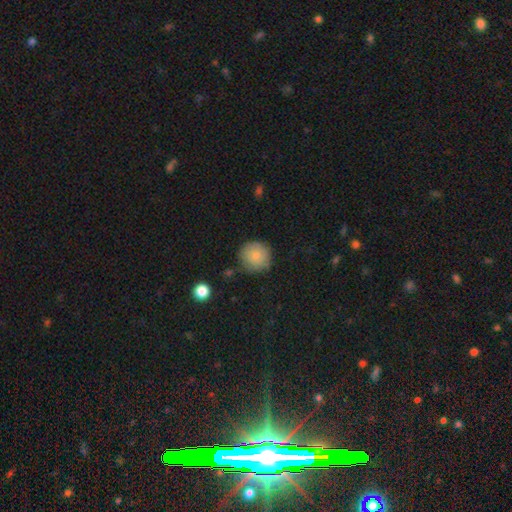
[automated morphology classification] type=smooth (83%); roundness=round (93%); merging=none (78%).